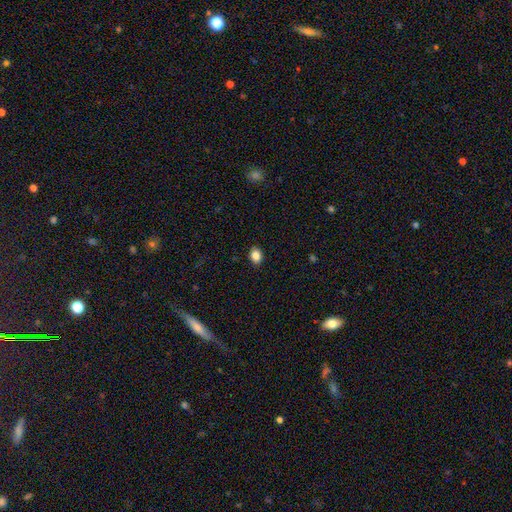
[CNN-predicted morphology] Smooth or featured? smooth (85%)
How rounded? in between (68%)
Merging? none (89%)